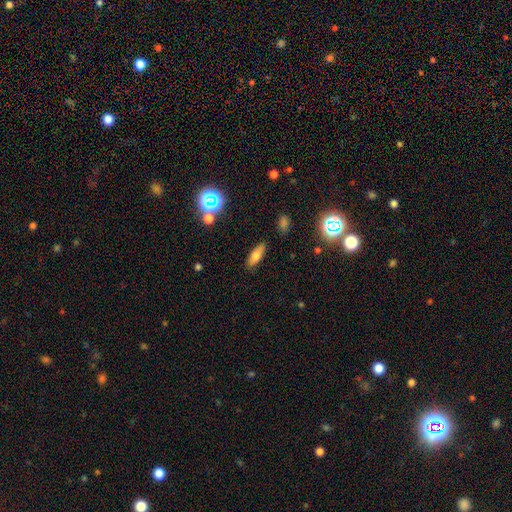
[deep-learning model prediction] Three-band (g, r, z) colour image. It shows a smooth galaxy with no disk features (68%) that is in between round and cigar-shaped (61%). Merging: none (84%).